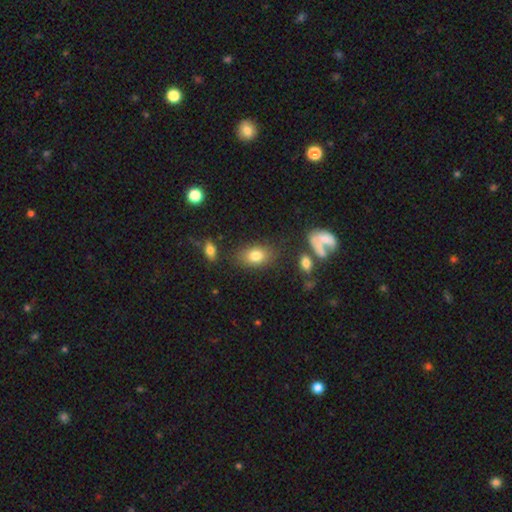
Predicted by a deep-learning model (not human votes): Overall: smooth (79%). How rounded: in between (82%). Merging: none (76%).